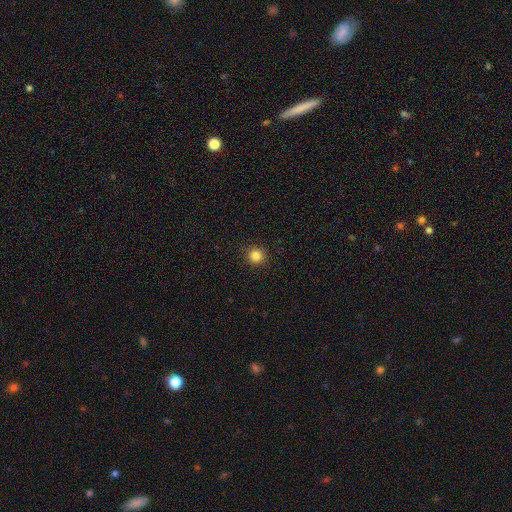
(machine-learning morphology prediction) Overall: smooth (84%). How rounded: round (95%). Merging: none (92%).